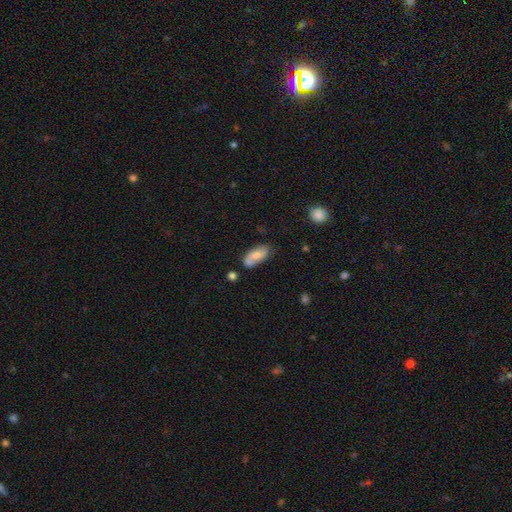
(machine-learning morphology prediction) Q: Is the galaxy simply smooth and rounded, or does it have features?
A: smooth — 66%.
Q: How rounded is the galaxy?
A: in between — 87%.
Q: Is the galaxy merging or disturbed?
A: none — 59%.